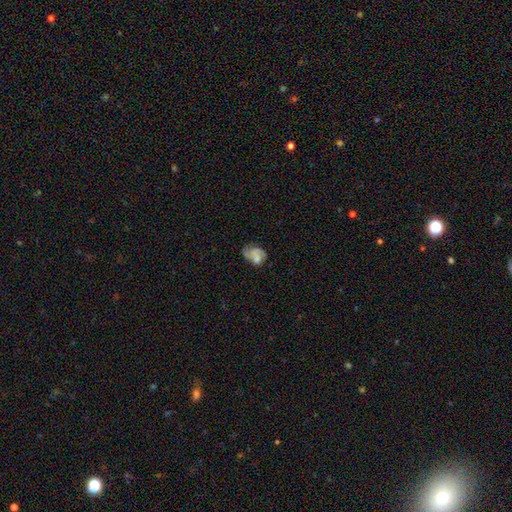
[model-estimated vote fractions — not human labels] Smooth or featured? featured or disk (46%)
Merging? none (36%)